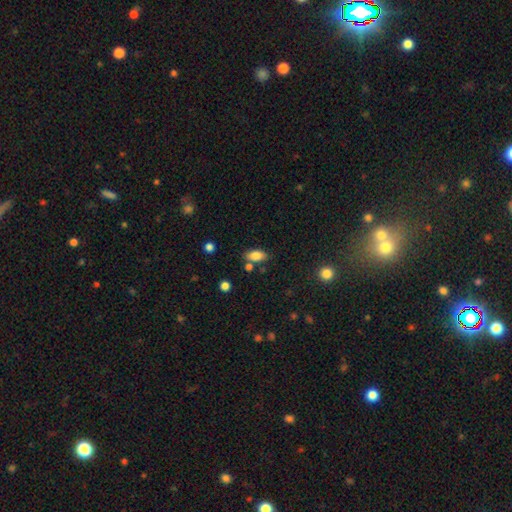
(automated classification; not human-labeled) Smooth or featured? smooth (83%)
How rounded? in between (90%)
Merging? none (74%)